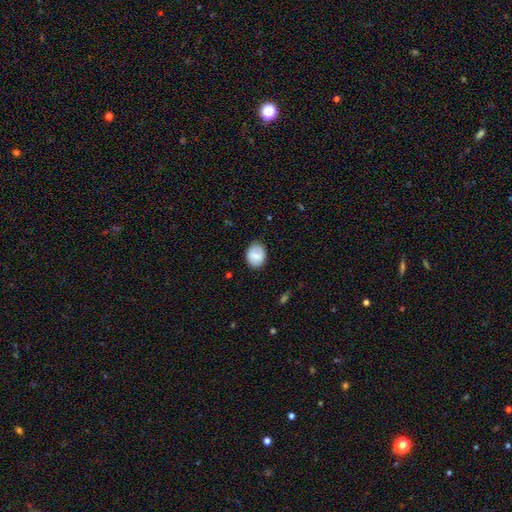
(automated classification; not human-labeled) Q: Smooth or featured?
A: smooth (65%); runner-up: featured or disk (28%)
Q: How rounded?
A: in between (51%); runner-up: round (48%)
Q: Merging?
A: none (83%); runner-up: minor disturbance (13%)